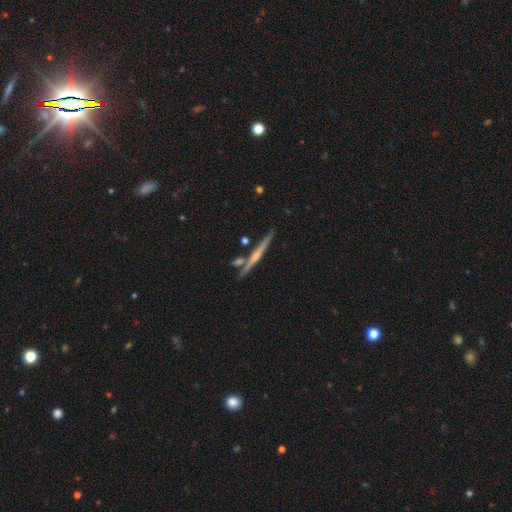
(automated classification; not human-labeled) Morphology: type=featured or disk (70%); edge-on=yes (98%); edge-on bulge=rounded (60%); merging=none (82%).